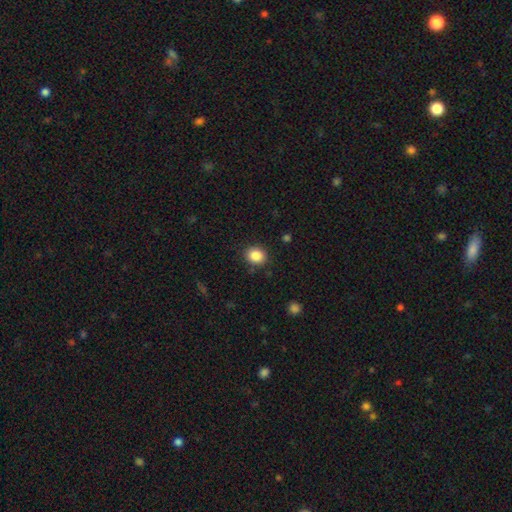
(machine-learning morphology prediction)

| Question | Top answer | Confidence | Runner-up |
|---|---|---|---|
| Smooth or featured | smooth | 86% | star or artifact (10%) |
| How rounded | round | 67% | in between (32%) |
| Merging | none | 88% | minor disturbance (8%) |